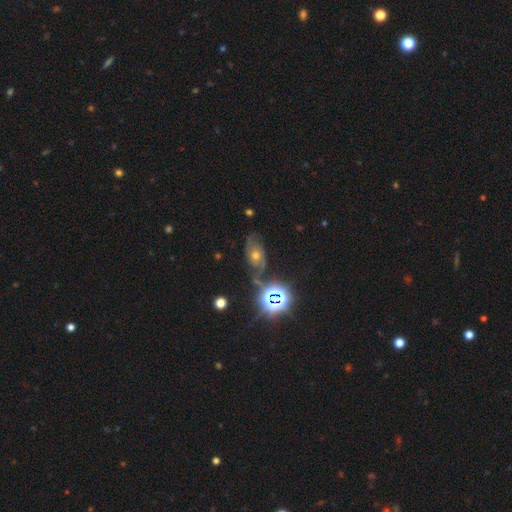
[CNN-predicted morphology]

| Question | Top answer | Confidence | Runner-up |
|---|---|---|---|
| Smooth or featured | featured or disk | 43% | star or artifact (33%) |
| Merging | none | 62% | minor disturbance (22%) |